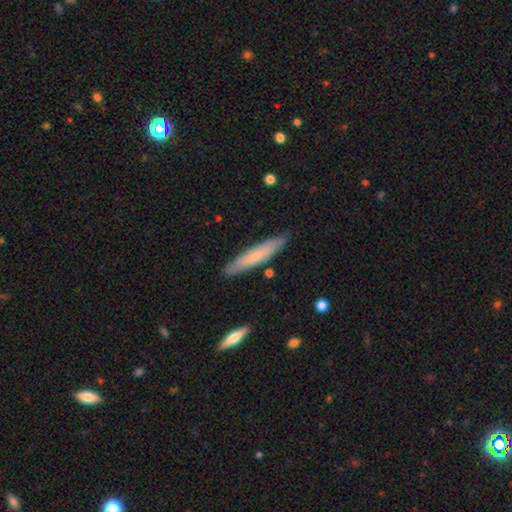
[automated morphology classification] Smooth or featured?
  - smooth: 60% *
  - featured or disk: 34%
  - star or artifact: 6%
How rounded?
  - cigar-shaped: 87% *
  - in between: 11%
  - round: 1%
Merging?
  - none: 84% *
  - minor disturbance: 13%
  - major disturbance: 2%
  - merger: 2%